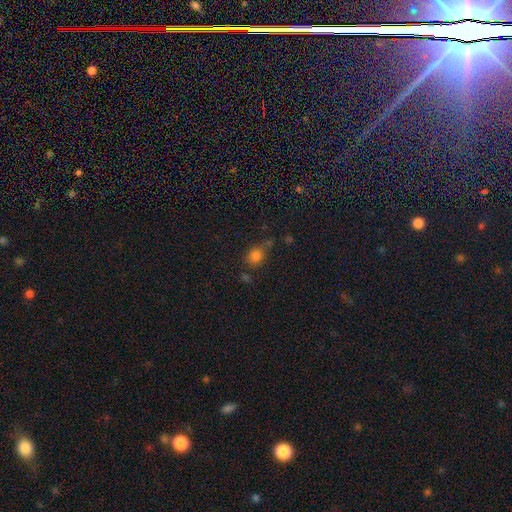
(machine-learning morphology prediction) Smooth or featured? Predicted: smooth (p=0.77). How rounded? Predicted: round (p=0.65). Merging? Predicted: none (p=0.59).